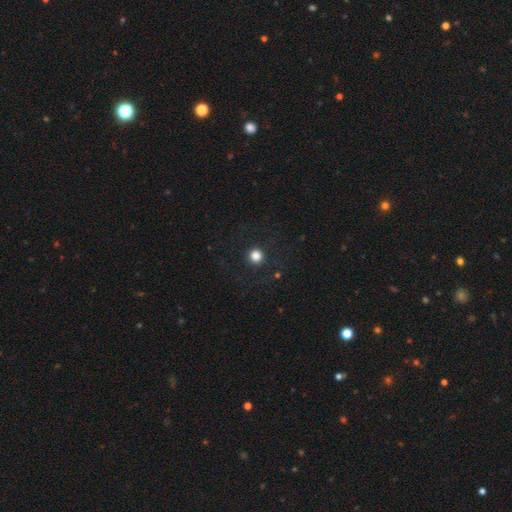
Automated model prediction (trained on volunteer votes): A smooth galaxy with no disk features (83%) that is round (96%).

Vote fractions:
- Smooth or featured? smooth: 83% / star or artifact: 13% / featured or disk: 4%
- How rounded? round: 96% / in between: 3% / cigar-shaped: 1%
- Merging? none: 91% / minor disturbance: 5% / major disturbance: 3% / merger: 1%